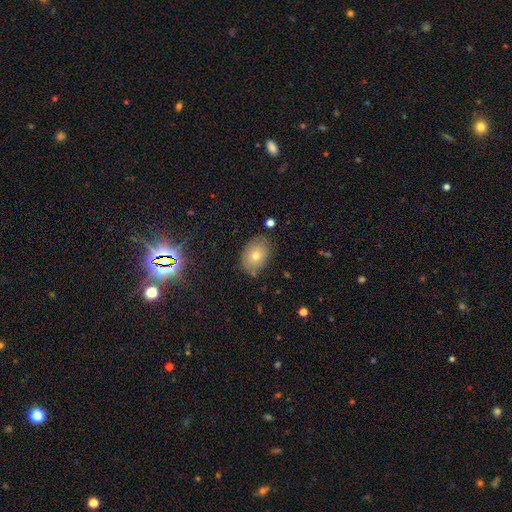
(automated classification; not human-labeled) Smooth or featured?
  - smooth: 74% *
  - featured or disk: 16%
  - star or artifact: 10%
How rounded?
  - in between: 75% *
  - round: 24%
  - cigar-shaped: 1%
Merging?
  - none: 82% *
  - minor disturbance: 13%
  - major disturbance: 3%
  - merger: 2%